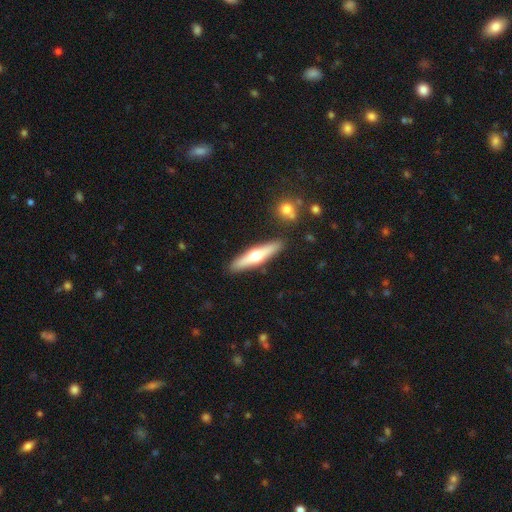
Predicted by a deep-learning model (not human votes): This is possibly a featured or disk galaxy (55%). It is clearly viewed edge-on (93%). Edge-on bulge: clearly rounded (94%). Merging: clearly none (89%).